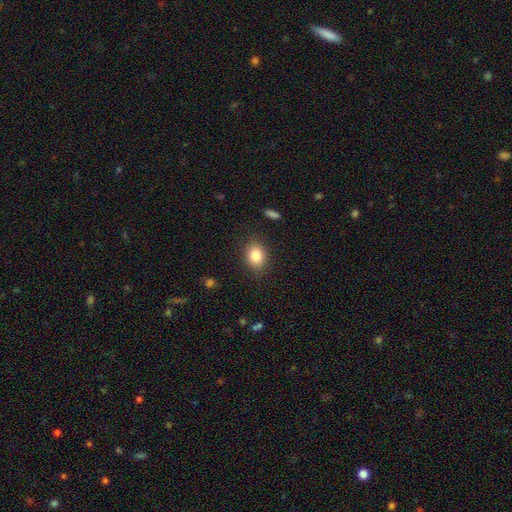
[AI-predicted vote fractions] This is clearly a smooth galaxy (83%). How rounded: likely in between (60%). Merging: clearly none (85%).